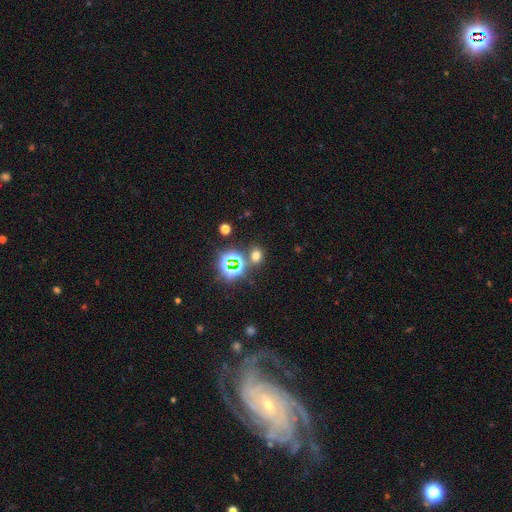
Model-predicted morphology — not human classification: type=smooth (57%); roundness=round (59%); merging=none (75%).